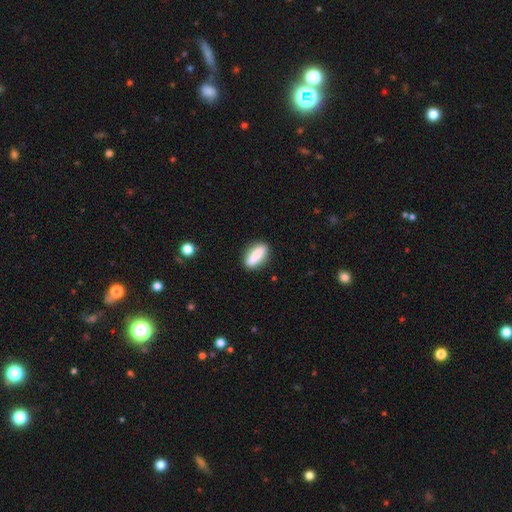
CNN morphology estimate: Overall: smooth (81%). How rounded: in between (60%; cigar-shaped 37%). Merging: none (86%).